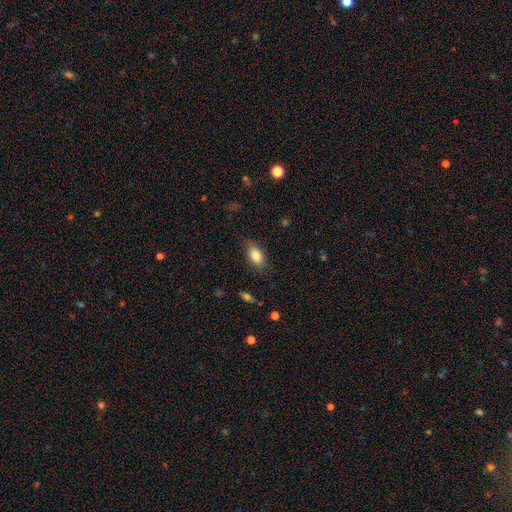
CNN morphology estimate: Overall: smooth (82%). How rounded: in between (88%). Merging: none (78%).